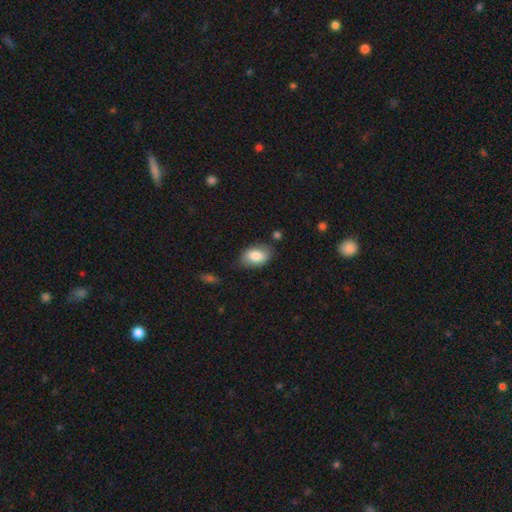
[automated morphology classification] smooth-or-featured: smooth: 81% | featured or disk: 13% | star or artifact: 7%
  how-rounded: in between: 91% | round: 8% | cigar-shaped: 1%
  merging: none: 75% | minor disturbance: 18% | major disturbance: 4% | merger: 3%